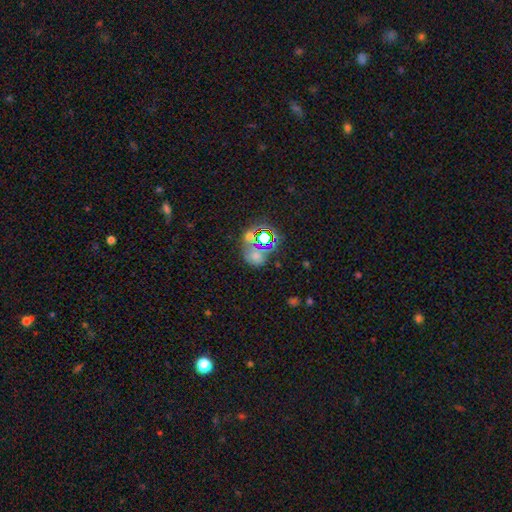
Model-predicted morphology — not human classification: This appears to be a smooth galaxy with no disk features (46%). Merging: none (45%).